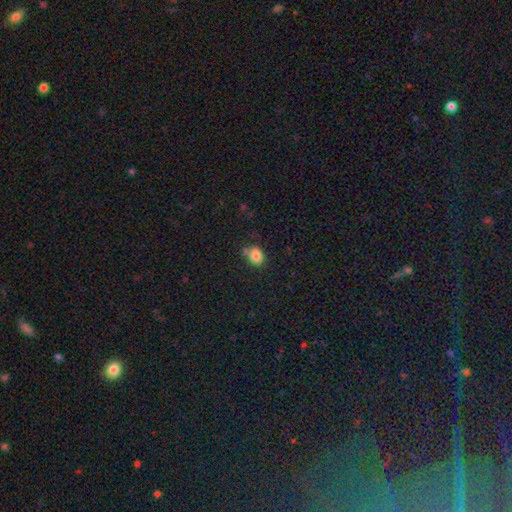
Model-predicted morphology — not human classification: Smooth or featured: smooth — 82% (star or artifact — 11%)
How rounded: round — 52% (in between — 47%)
Merging: none — 66% (minor disturbance — 16%)